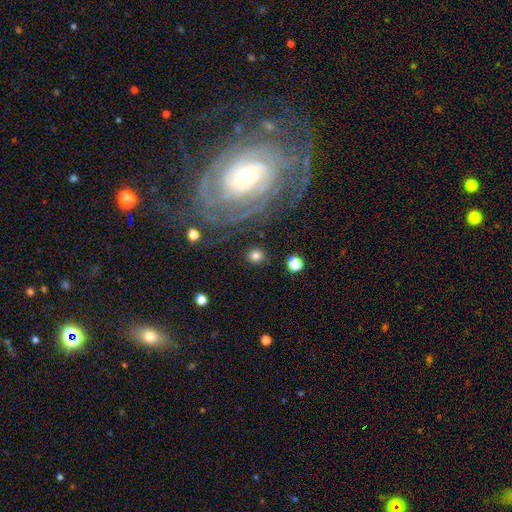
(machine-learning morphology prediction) smooth 79%, star or artifact 11%, featured or disk 10%. Down the decision tree: how rounded — round (88%); merging — none (87%).